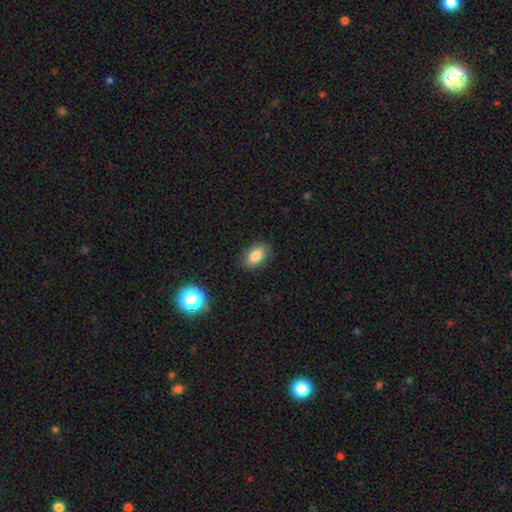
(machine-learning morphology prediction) This appears to be a smooth galaxy with no disk features (82%) that is in between round and cigar-shaped (88%). Merging: none (86%).